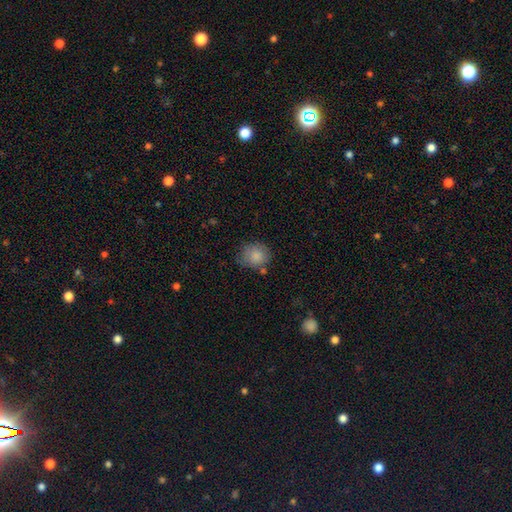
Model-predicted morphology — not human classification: This appears to be a smooth galaxy with no disk features (85%) that is round (76%). Merging: none (67%).